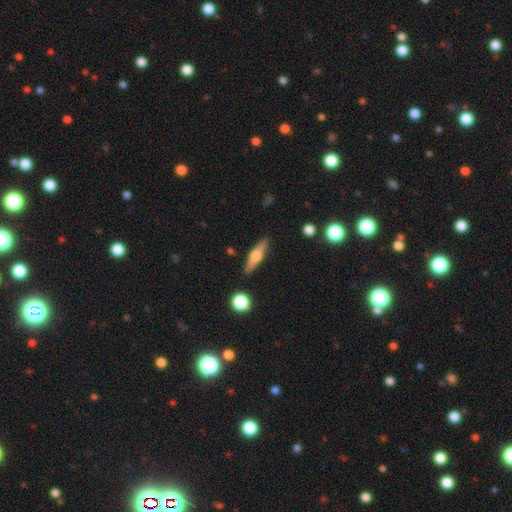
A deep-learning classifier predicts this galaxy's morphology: This appears to be a featured or disk galaxy (54%) viewed edge-on (93%) with a rounded central bulge (92%). Merging: none (87%).